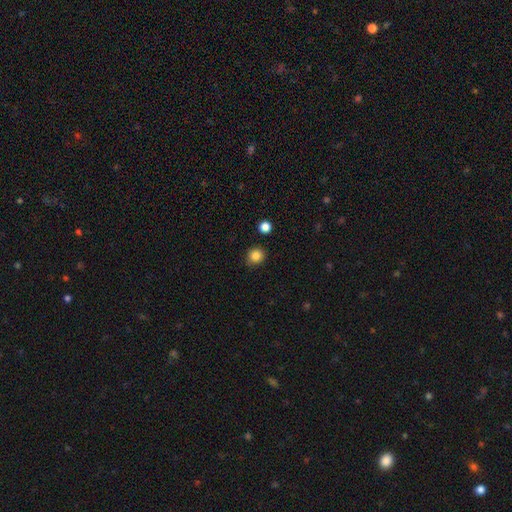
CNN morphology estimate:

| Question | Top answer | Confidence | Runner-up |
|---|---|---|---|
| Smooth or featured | smooth | 85% | star or artifact (11%) |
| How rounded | round | 89% | in between (10%) |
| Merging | none | 86% | minor disturbance (10%) |